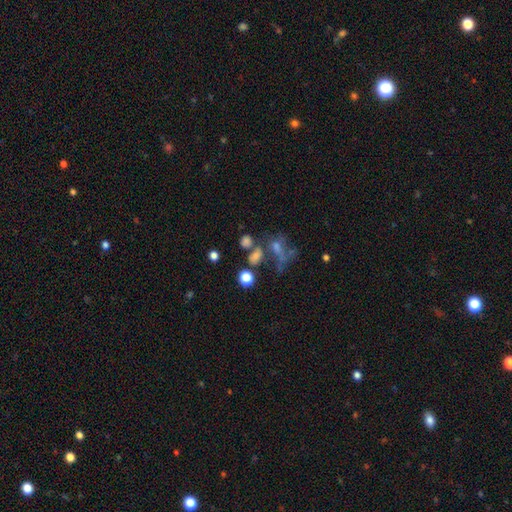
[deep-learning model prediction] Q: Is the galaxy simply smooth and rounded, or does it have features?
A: smooth — 49%.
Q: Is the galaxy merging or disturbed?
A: none — 37%.